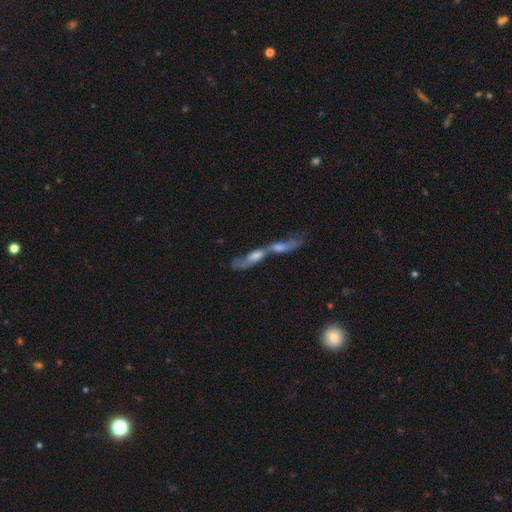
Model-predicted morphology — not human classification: A featured or disk galaxy (53%).

Vote fractions:
- Smooth or featured? featured or disk: 53% / smooth: 36% / star or artifact: 11%
- Edge-on disk? no: 66% / yes: 34%
- Merging? merger: 80% / none: 11% / major disturbance: 5% / minor disturbance: 4%